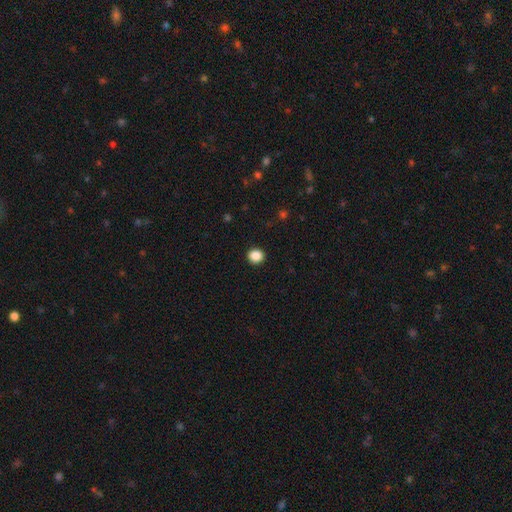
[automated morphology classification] type=smooth (88%); roundness=round (87%); merging=none (93%).